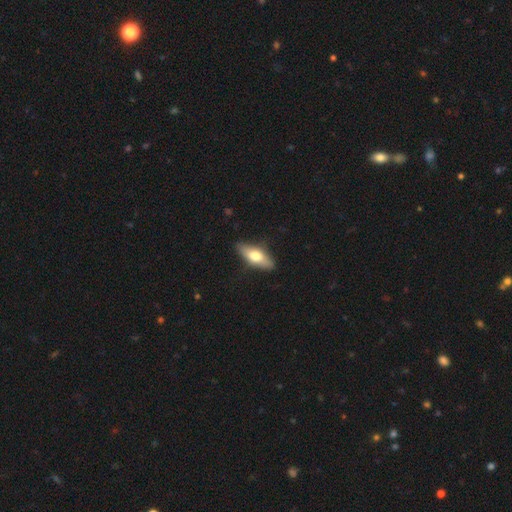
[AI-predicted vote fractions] Smooth or featured? smooth (60%)
How rounded? in between (63%)
Merging? none (84%)